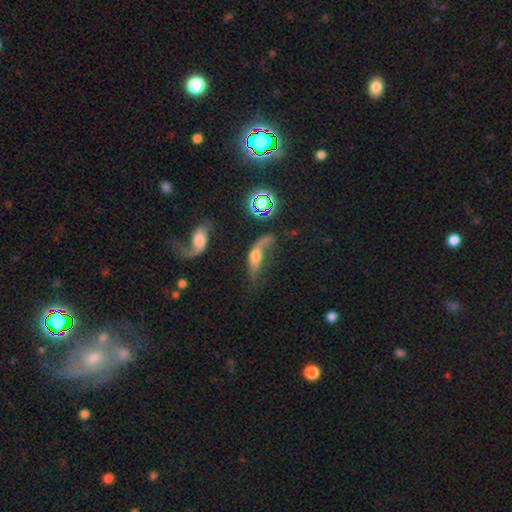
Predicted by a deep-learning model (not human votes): Smooth or featured? featured or disk (52%)
Edge-on disk? no (74%)
Merging? major disturbance (39%)